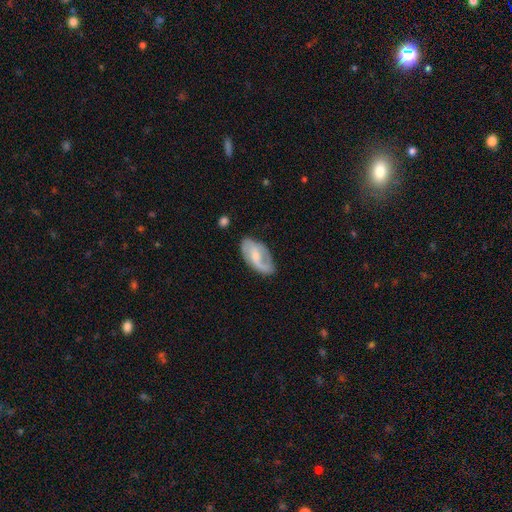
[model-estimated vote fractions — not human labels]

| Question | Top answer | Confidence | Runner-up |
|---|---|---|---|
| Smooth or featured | featured or disk | 67% | smooth (27%) |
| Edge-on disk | no | 95% | yes (5%) |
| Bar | weak | 47% | no (38%) |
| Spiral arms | yes | 88% | no (12%) |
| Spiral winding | medium | 41% | loose (39%) |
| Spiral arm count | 2 | 73% | 1 (13%) |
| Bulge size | small | 49% | moderate (40%) |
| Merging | none | 69% | minor disturbance (22%) |